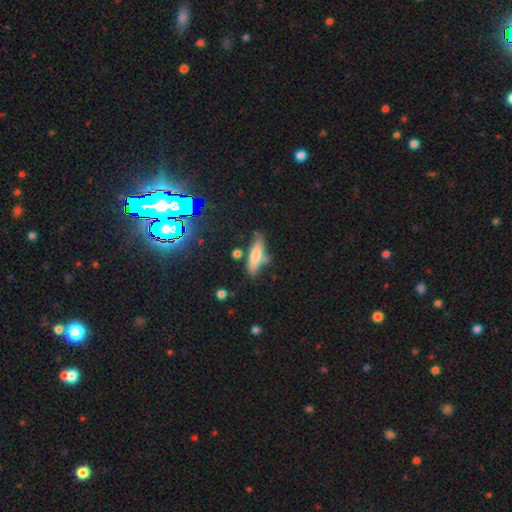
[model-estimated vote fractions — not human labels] Smooth or featured?
  - smooth: 72% *
  - featured or disk: 19%
  - star or artifact: 9%
How rounded?
  - cigar-shaped: 61% *
  - in between: 37%
  - round: 2%
Merging?
  - none: 62% *
  - minor disturbance: 21%
  - merger: 10%
  - major disturbance: 6%